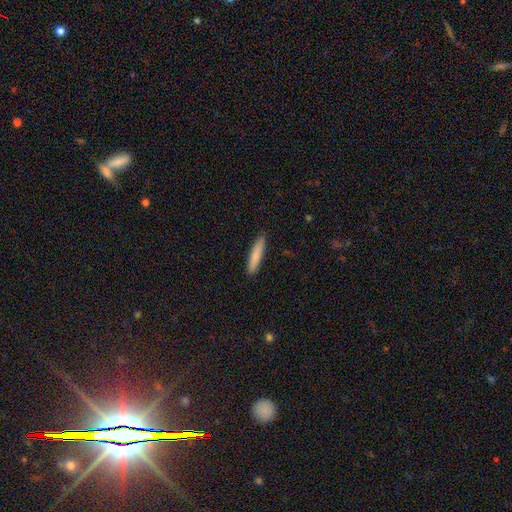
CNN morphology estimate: Q: Smooth or featured?
A: smooth (83%); runner-up: featured or disk (12%)
Q: How rounded?
A: cigar-shaped (90%); runner-up: in between (9%)
Q: Merging?
A: none (91%); runner-up: minor disturbance (7%)